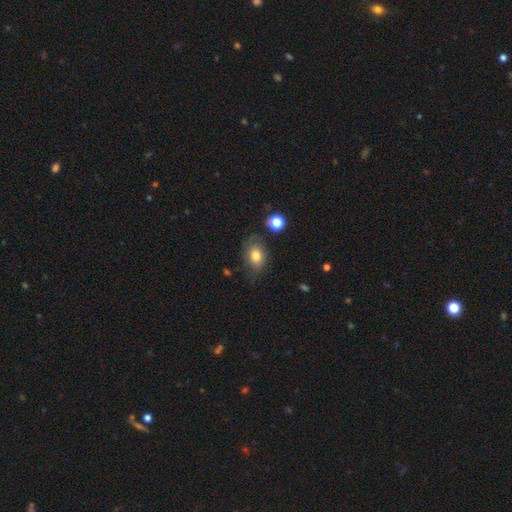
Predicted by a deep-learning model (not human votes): smooth-or-featured: smooth: 78% | featured or disk: 14% | star or artifact: 9%
  how-rounded: in between: 80% | round: 19% | cigar-shaped: 1%
  merging: none: 67% | minor disturbance: 23% | major disturbance: 7% | merger: 3%